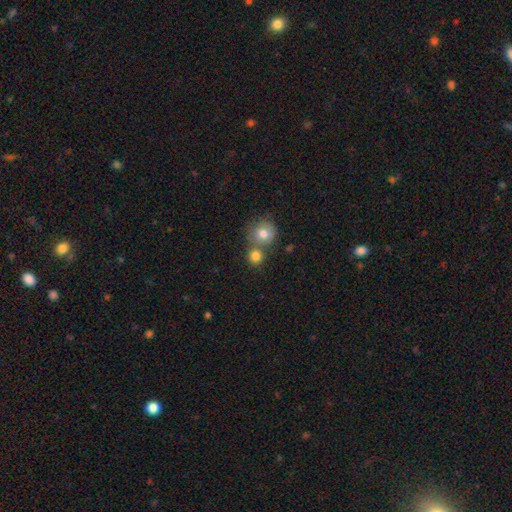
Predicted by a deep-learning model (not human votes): A smooth galaxy with no disk features (80%) that is round (88%). Merging: none (53%).